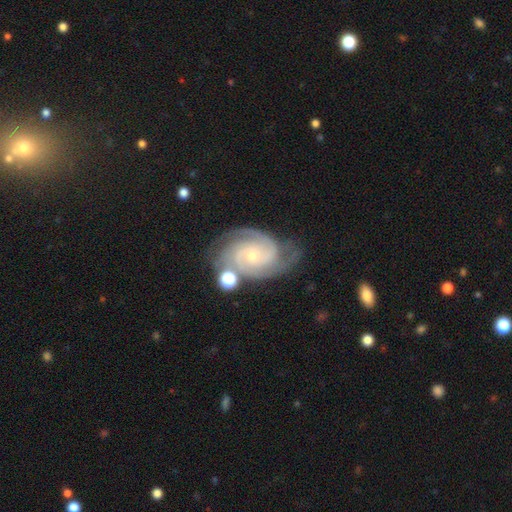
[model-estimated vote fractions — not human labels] featured or disk 89%, star or artifact 6%, smooth 5%. Down the decision tree: edge-on disk — no (97%); bar — no (69%); spiral arms — yes (98%); spiral arm count — 2 (51%); spiral winding — tight (68%); bulge size — small (73%); merging — none (69%).